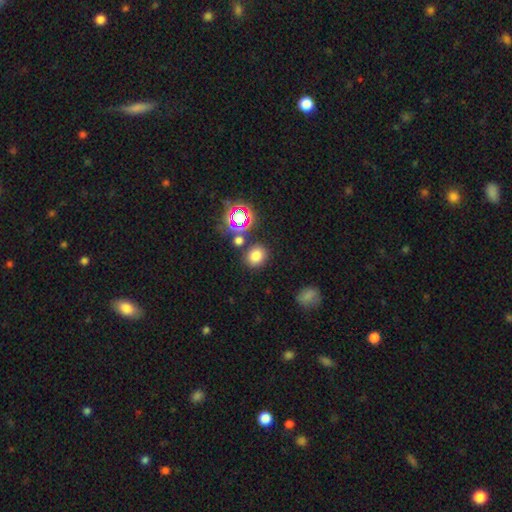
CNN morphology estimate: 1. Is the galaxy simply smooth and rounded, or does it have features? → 74% smooth, 19% star or artifact, 7% featured or disk.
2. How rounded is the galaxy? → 69% round, 30% in between, 1% cigar-shaped.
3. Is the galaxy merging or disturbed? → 79% none, 9% minor disturbance, 8% merger, 3% major disturbance.